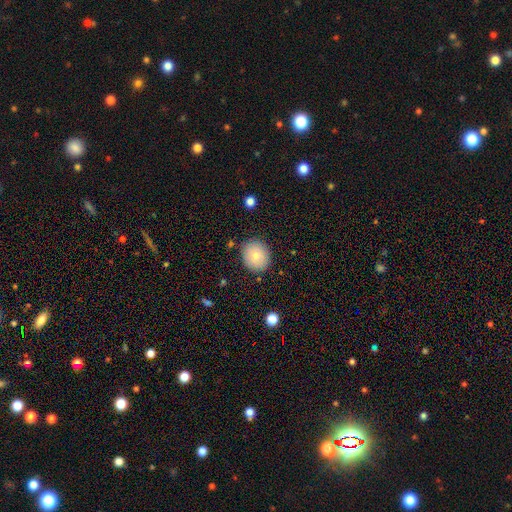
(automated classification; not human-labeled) Smooth or featured? Predicted: smooth (p=0.78). How rounded? Predicted: round (p=0.76). Merging? Predicted: none (p=0.85).